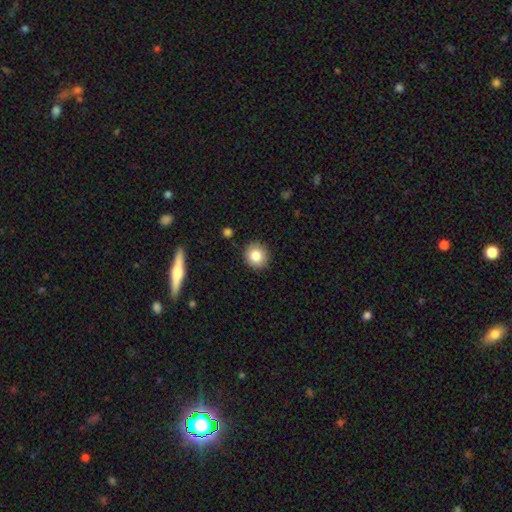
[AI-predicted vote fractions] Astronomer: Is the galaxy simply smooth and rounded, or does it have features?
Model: smooth — 83%.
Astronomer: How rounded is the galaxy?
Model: round — 87%.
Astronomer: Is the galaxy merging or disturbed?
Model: none — 89%.